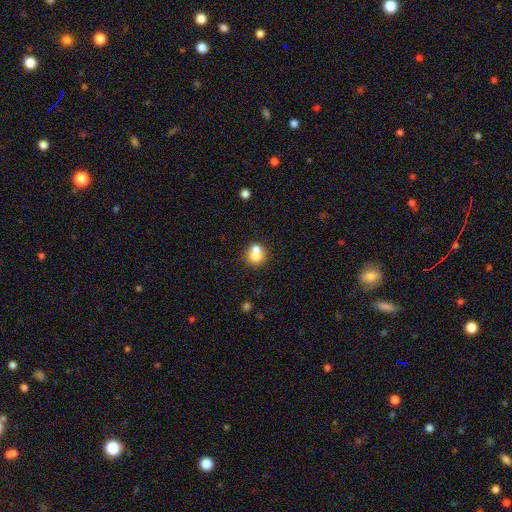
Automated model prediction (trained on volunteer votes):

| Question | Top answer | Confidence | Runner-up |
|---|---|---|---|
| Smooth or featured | smooth | 71% | featured or disk (18%) |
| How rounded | round | 77% | in between (22%) |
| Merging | merger | 53% | none (36%) |